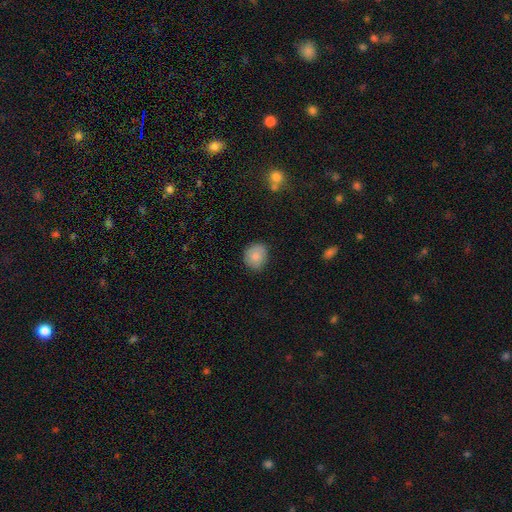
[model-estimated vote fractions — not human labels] A smooth galaxy with no disk features (82%) that is round (74%).

Vote fractions:
- Smooth or featured? smooth: 82% / featured or disk: 10% / star or artifact: 9%
- How rounded? round: 74% / in between: 25% / cigar-shaped: 1%
- Merging? none: 81% / minor disturbance: 15% / major disturbance: 3% / merger: 1%